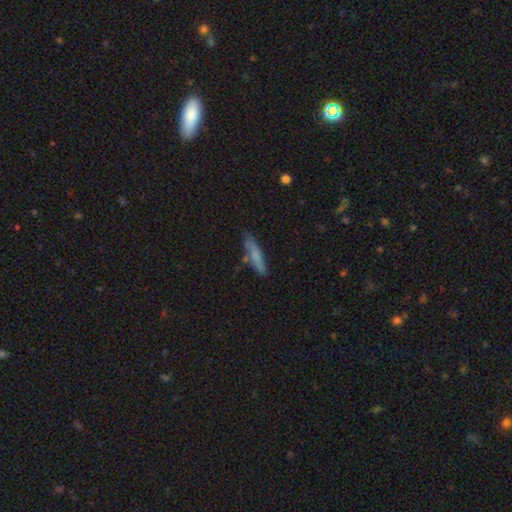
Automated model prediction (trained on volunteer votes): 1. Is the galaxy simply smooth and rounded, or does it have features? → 71% smooth, 22% featured or disk, 7% star or artifact.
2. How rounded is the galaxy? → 83% cigar-shaped, 15% in between, 2% round.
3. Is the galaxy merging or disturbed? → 69% none, 20% minor disturbance, 6% merger, 4% major disturbance.